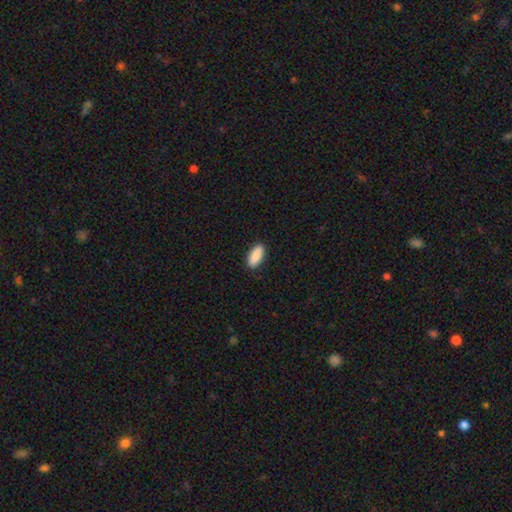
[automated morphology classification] This is clearly a smooth galaxy (90%). How rounded: clearly in between (85%). Merging: clearly none (89%).